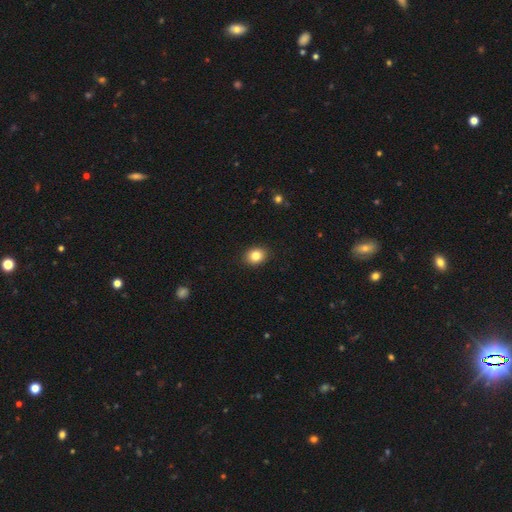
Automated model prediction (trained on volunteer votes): Overall: smooth (84%). How rounded: round (53%; in between 46%). Merging: none (91%).